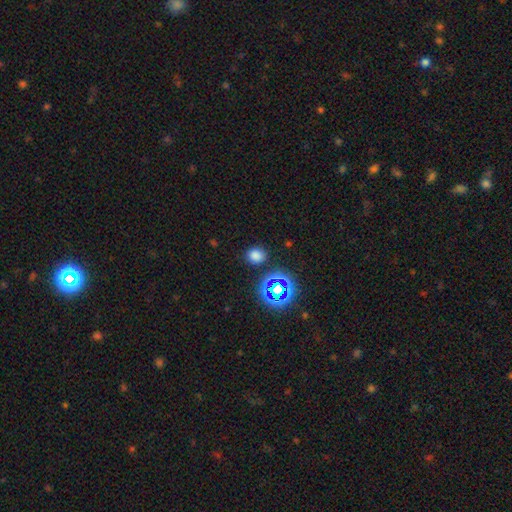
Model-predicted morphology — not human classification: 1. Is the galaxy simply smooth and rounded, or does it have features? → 70% smooth, 24% star or artifact, 5% featured or disk.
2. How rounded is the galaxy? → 68% round, 31% in between, 1% cigar-shaped.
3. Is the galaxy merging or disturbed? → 84% none, 10% minor disturbance, 3% major disturbance, 3% merger.